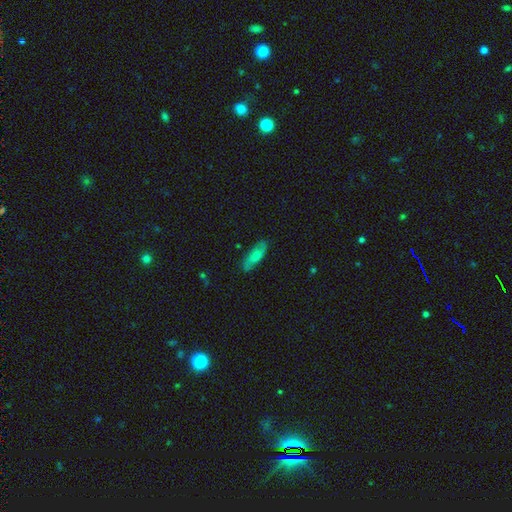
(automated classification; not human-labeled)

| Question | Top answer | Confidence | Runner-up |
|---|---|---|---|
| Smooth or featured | smooth | 62% | featured or disk (32%) |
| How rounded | in between | 60% | cigar-shaped (37%) |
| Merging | none | 80% | minor disturbance (15%) |